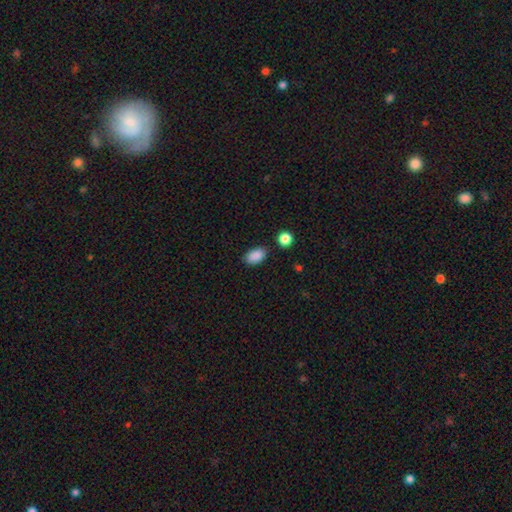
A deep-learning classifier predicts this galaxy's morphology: smooth 88%, star or artifact 8%, featured or disk 3%. Down the decision tree: how rounded — in between (90%); merging — none (84%).